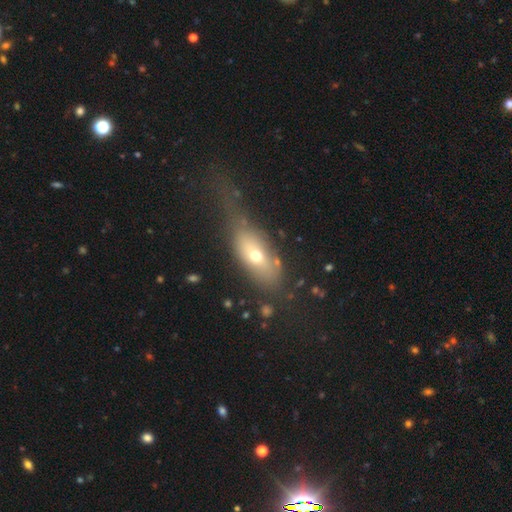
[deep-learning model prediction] Smooth or featured? Predicted: smooth (p=0.60). How rounded? Predicted: in between (p=0.79). Merging? Predicted: major disturbance (p=0.36).